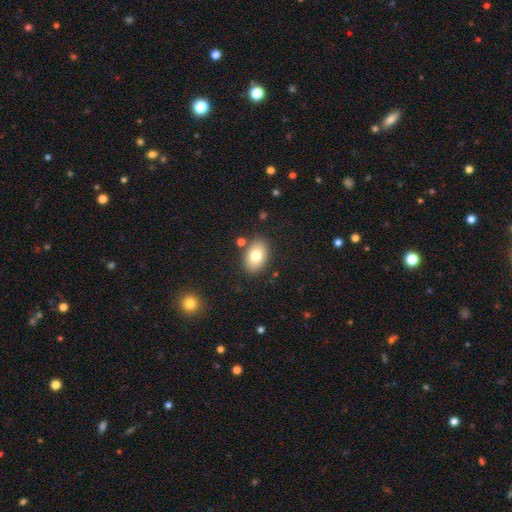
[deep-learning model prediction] This appears to be a smooth galaxy with no disk features (76%) that is in between round and cigar-shaped (84%). Merging: none (84%).